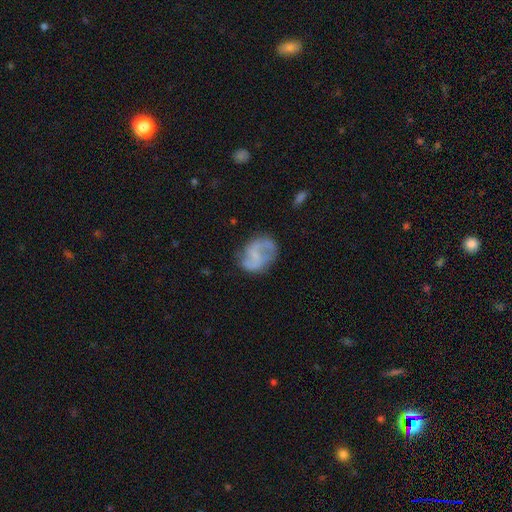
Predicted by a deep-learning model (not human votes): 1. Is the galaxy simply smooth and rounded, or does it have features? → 66% featured or disk, 27% smooth, 8% star or artifact.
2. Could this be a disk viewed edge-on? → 98% no, 2% yes.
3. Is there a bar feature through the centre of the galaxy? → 44% no, 41% weak, 15% strong.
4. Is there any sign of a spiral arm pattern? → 82% yes, 18% no.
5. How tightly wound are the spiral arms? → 43% loose, 41% medium, 16% tight.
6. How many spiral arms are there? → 82% 2, 9% can't tell, 4% 1, 2% 3, 1% 4, 1% more than 4.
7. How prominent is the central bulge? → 57% none, 27% small, 12% moderate, 2% large, 1% dominant.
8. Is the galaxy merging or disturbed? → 64% none, 21% minor disturbance, 12% major disturbance, 3% merger.